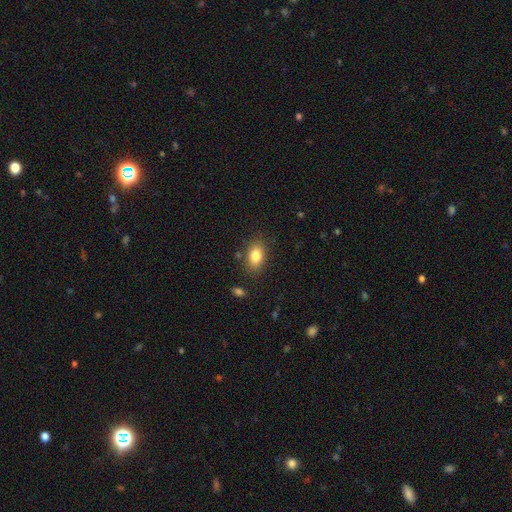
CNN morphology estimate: A smooth galaxy with no disk features (83%) that is in between round and cigar-shaped (85%).

Vote fractions:
- Smooth or featured? smooth: 83% / star or artifact: 9% / featured or disk: 9%
- How rounded? in between: 85% / round: 13% / cigar-shaped: 2%
- Merging? none: 82% / minor disturbance: 12% / major disturbance: 3% / merger: 3%